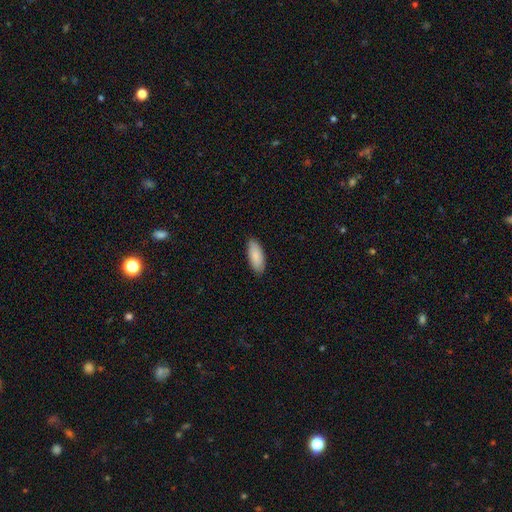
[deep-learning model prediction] This appears to be a smooth galaxy with no disk features (88%) that is in between round and cigar-shaped (81%). Merging: none (87%).